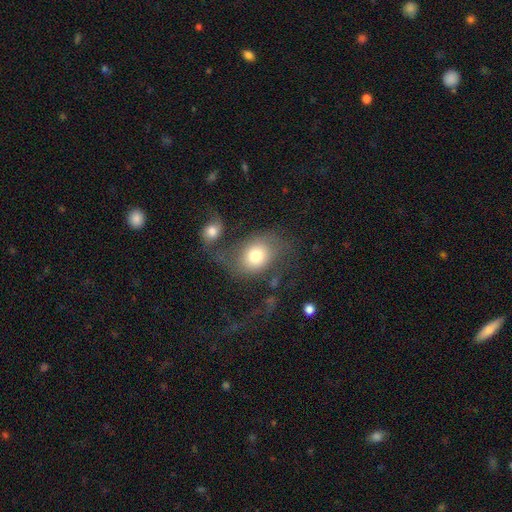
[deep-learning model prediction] Morphology: type=smooth (68%); roundness=in between (54%); merging=none (35%).